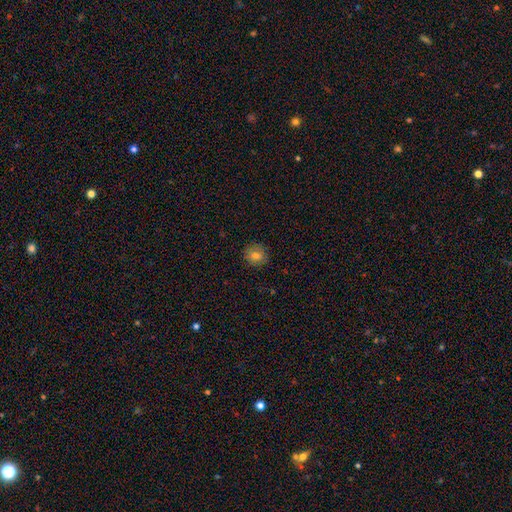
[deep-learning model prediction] smooth 78%, featured or disk 11%, star or artifact 11%. Down the decision tree: how rounded — round (85%); merging — none (88%).